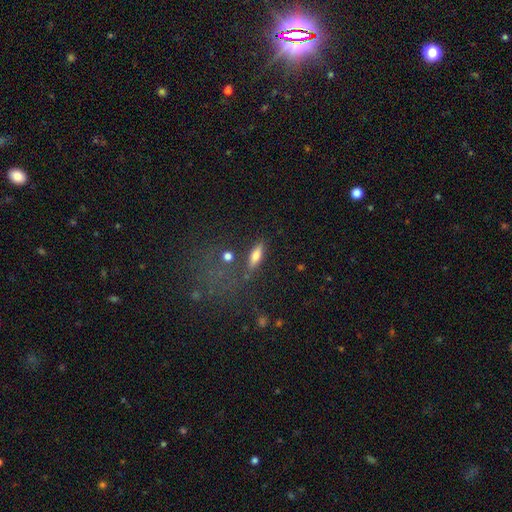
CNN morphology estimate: type=smooth (68%); roundness=in between (49%); merging=none (79%).